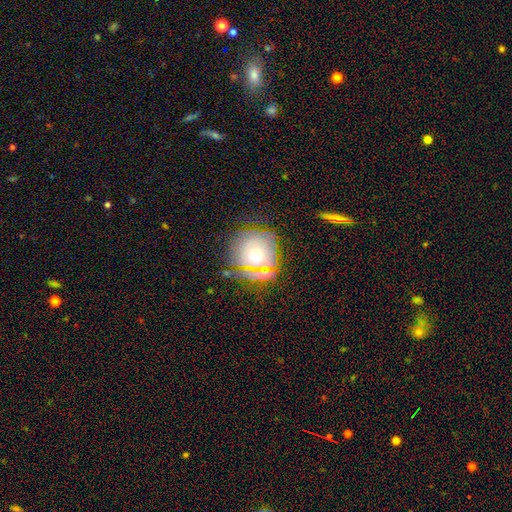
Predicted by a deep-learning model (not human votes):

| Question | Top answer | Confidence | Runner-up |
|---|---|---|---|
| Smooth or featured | smooth | 48% | featured or disk (33%) |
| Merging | none | 57% | minor disturbance (18%) |